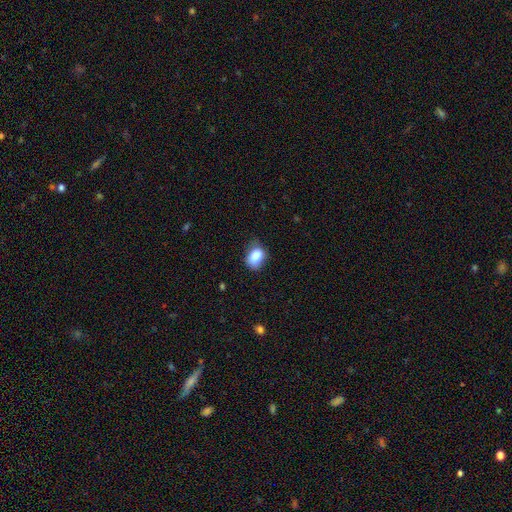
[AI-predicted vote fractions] Smooth or featured? Predicted: smooth (p=0.84). How rounded? Predicted: in between (p=0.75). Merging? Predicted: none (p=0.67).